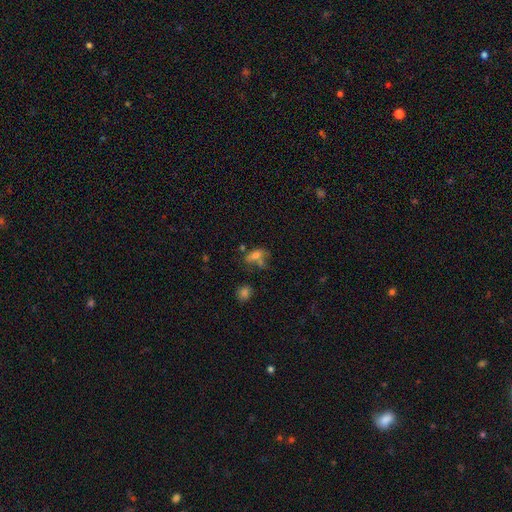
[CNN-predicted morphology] type=smooth (64%); roundness=in between (75%); merging=none (40%).